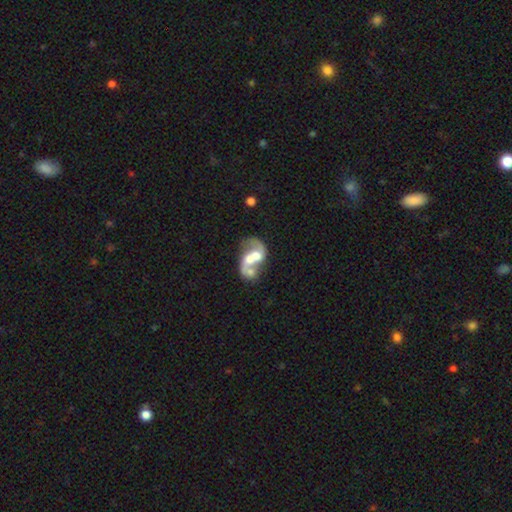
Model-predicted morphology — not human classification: A featured or disk galaxy (72%) with no bar (54%), 2 (79%) loose (62%) spiral arms (76%) and a moderate central bulge (51%).

Vote fractions:
- Smooth or featured? featured or disk: 72% / smooth: 20% / star or artifact: 8%
- Edge-on disk? no: 97% / yes: 3%
- Bar? no: 54% / weak: 33% / strong: 13%
- Spiral arms? yes: 76% / no: 24%
- Spiral winding? loose: 62% / medium: 31% / tight: 8%
- Spiral arm count? 2: 79% / 1: 12% / can't tell: 6% / 3: 1% / 4: 1% / more than 4: 1%
- Bulge size? moderate: 51% / small: 19% / large: 16% / none: 11% / dominant: 2%
- Merging? merger: 60% / none: 20% / major disturbance: 11% / minor disturbance: 9%